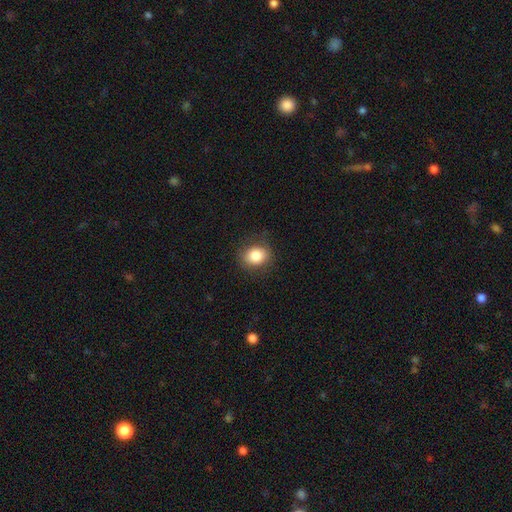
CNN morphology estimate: Smooth or featured?
  - smooth: 83% *
  - star or artifact: 9%
  - featured or disk: 8%
How rounded?
  - round: 56% *
  - in between: 43%
  - cigar-shaped: 1%
Merging?
  - none: 84% *
  - minor disturbance: 11%
  - major disturbance: 4%
  - merger: 1%